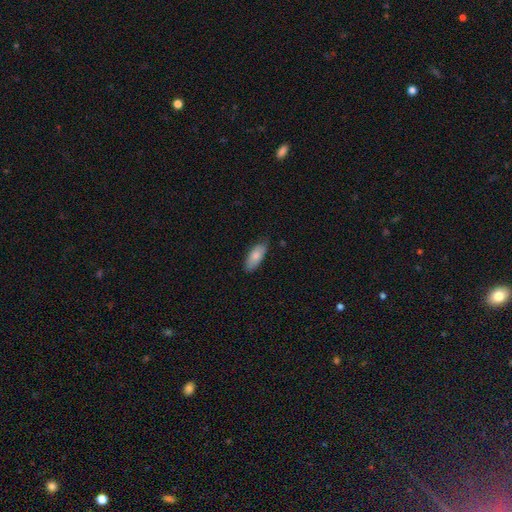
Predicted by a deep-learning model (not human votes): Smooth or featured?
  - smooth: 81% *
  - featured or disk: 13%
  - star or artifact: 6%
How rounded?
  - in between: 84% *
  - cigar-shaped: 15%
  - round: 2%
Merging?
  - none: 78% *
  - minor disturbance: 18%
  - major disturbance: 3%
  - merger: 1%